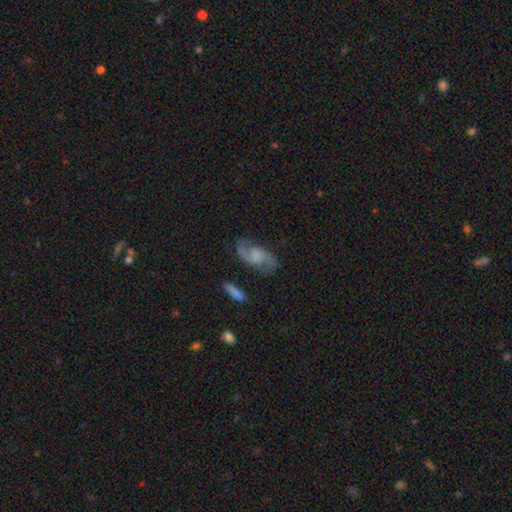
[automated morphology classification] Smooth or featured? featured or disk (84%)
Edge-on disk? no (97%)
Bar? no (55%)
Spiral arms? yes (96%)
Spiral winding? medium (49%)
Spiral arm count? 2 (92%)
Bulge size? none (38%)
Merging? none (76%)